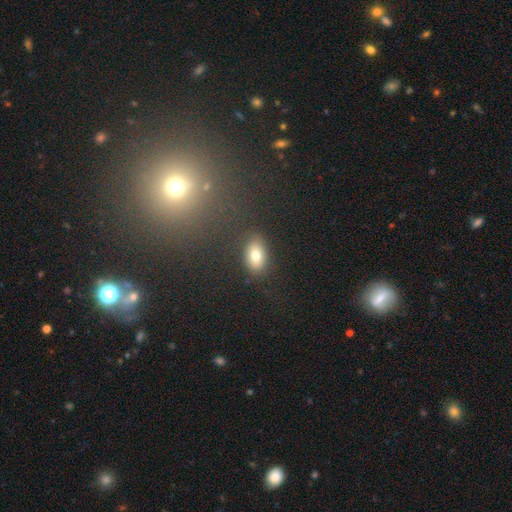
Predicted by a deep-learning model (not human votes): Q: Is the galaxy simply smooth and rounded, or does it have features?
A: smooth — 77%.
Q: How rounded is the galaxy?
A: in between — 84%.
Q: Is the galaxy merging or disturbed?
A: none — 83%.